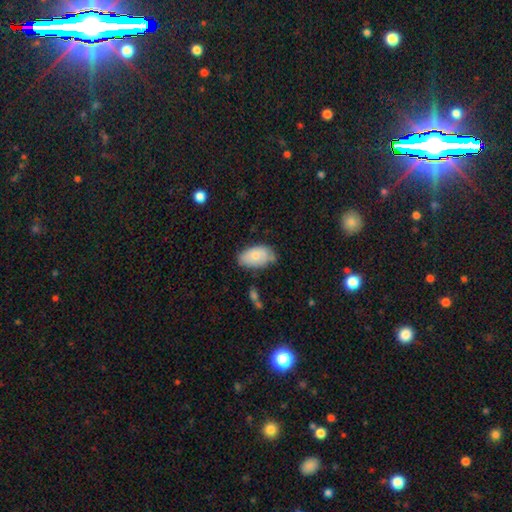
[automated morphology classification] Overall: smooth (77%). How rounded: in between (94%). Merging: none (62%; minor disturbance 28%).